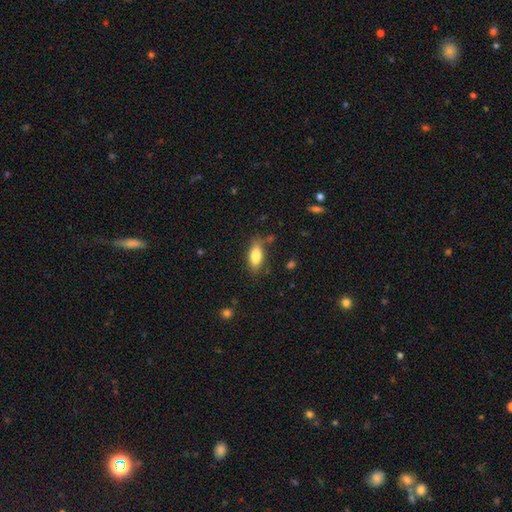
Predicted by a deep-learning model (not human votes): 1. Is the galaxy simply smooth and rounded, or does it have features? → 81% smooth, 11% featured or disk, 7% star or artifact.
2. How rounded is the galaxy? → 79% in between, 18% cigar-shaped, 3% round.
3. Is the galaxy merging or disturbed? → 76% none, 17% minor disturbance, 4% major disturbance, 3% merger.